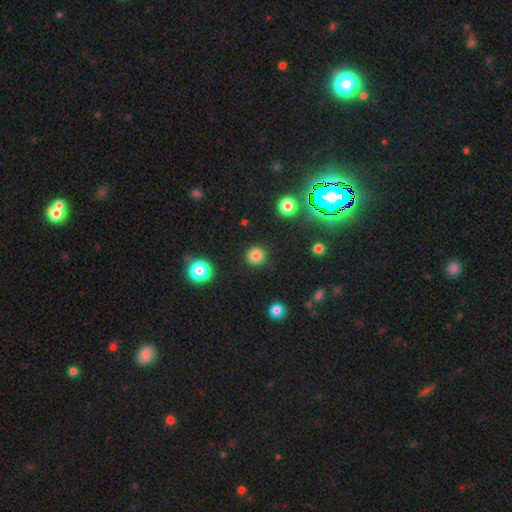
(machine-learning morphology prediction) smooth 82%, star or artifact 13%, featured or disk 5%. Down the decision tree: how rounded — round (93%); merging — none (90%).